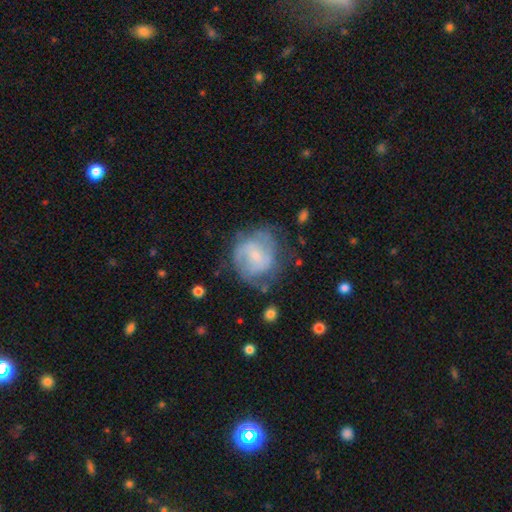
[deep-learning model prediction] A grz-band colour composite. It shows a featured or disk galaxy (58%) with no bar (47%), spiral arms (72%) and a small central bulge (55%). Merging: none (58%).